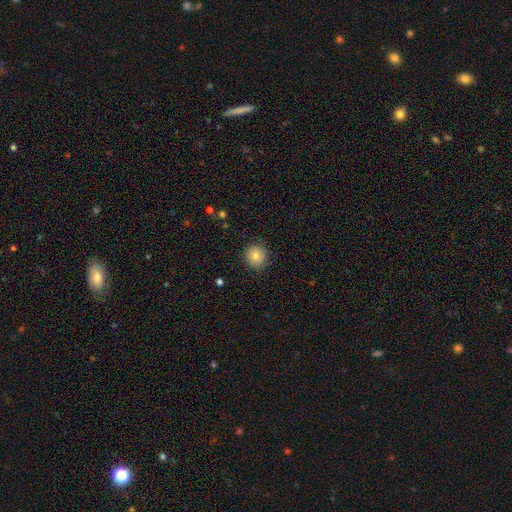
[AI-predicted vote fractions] This appears to be a smooth galaxy with no disk features (79%) that is round (89%). Merging: none (85%).